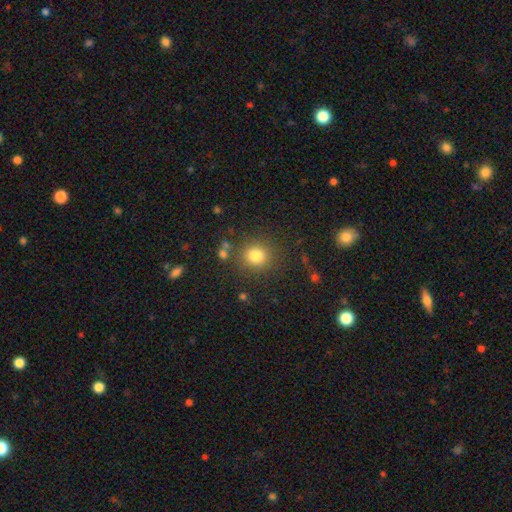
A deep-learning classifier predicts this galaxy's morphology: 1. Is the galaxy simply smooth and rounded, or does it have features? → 80% smooth, 13% star or artifact, 7% featured or disk.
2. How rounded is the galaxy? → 90% round, 9% in between, 1% cigar-shaped.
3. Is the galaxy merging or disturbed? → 83% none, 9% minor disturbance, 4% merger, 4% major disturbance.